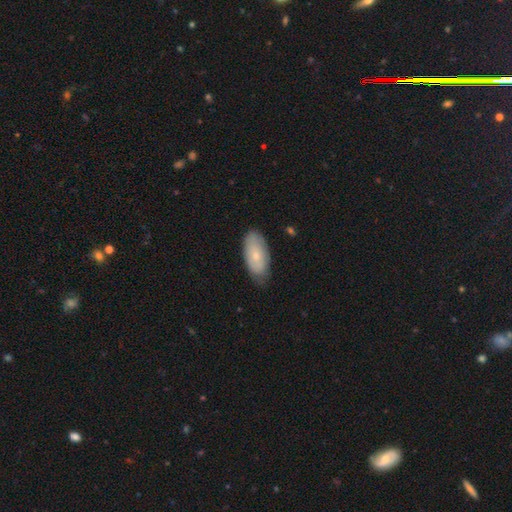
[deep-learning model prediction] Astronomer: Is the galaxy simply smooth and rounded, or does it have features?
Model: smooth — 66%.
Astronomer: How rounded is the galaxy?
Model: in between — 92%.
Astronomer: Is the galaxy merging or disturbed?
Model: none — 76%.